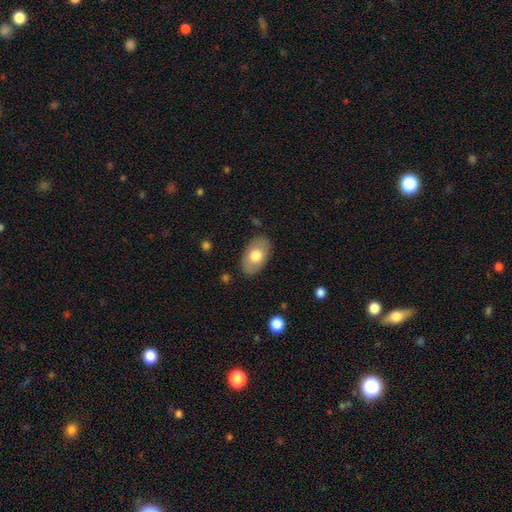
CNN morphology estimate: This is likely a smooth galaxy (67%). How rounded: clearly in between (92%). Merging: clearly none (84%).